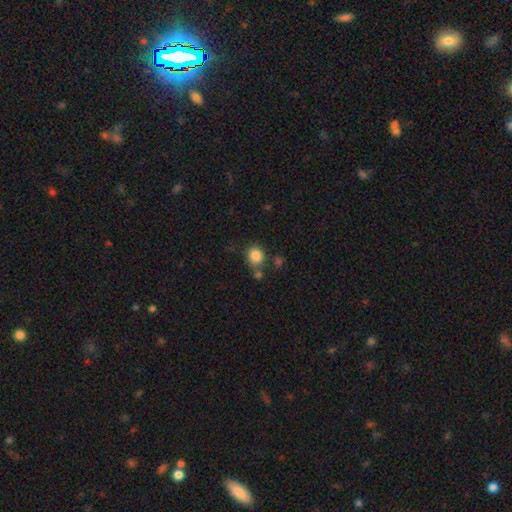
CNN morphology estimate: This is clearly a smooth galaxy (85%). How rounded: likely round (75%). Merging: likely none (66%).